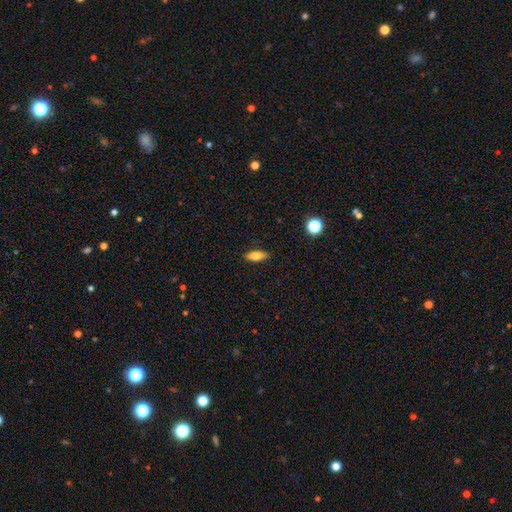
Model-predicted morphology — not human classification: A smooth galaxy with no disk features (76%) that is in between round and cigar-shaped (70%).

Vote fractions:
- Smooth or featured? smooth: 76% / featured or disk: 16% / star or artifact: 8%
- How rounded? in between: 70% / cigar-shaped: 27% / round: 3%
- Merging? none: 88% / minor disturbance: 9% / major disturbance: 2% / merger: 1%